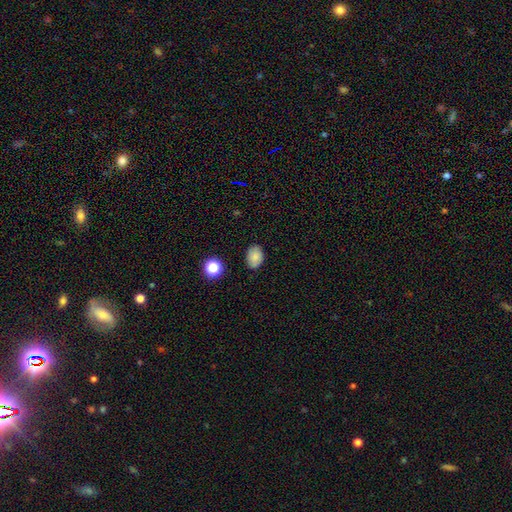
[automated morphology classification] smooth-or-featured: smooth: 83% | star or artifact: 10% | featured or disk: 7%
  how-rounded: in between: 76% | round: 23% | cigar-shaped: 1%
  merging: none: 82% | minor disturbance: 14% | major disturbance: 3% | merger: 2%